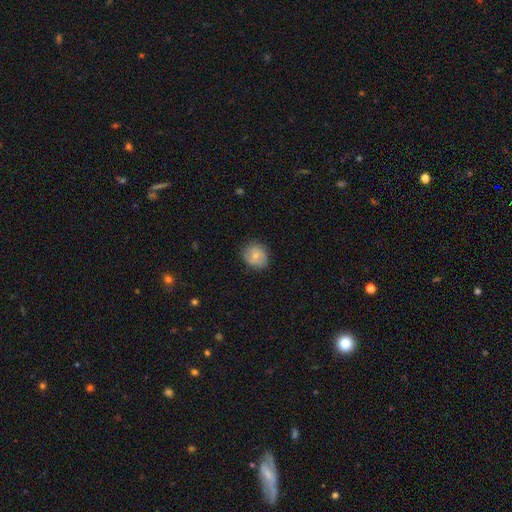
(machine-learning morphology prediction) A smooth galaxy with no disk features (66%) that is round (74%). Merging: none (77%).